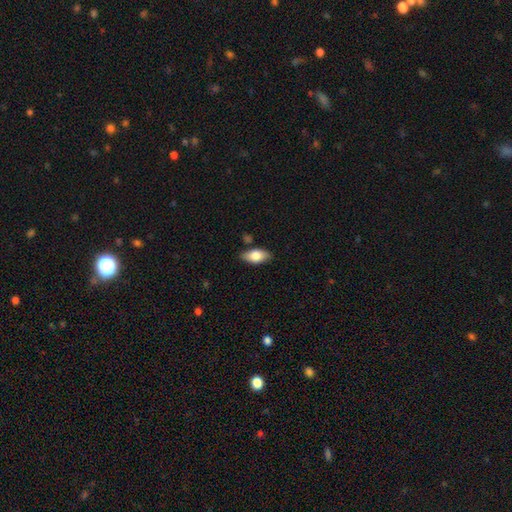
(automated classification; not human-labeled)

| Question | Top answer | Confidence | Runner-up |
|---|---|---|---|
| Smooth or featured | smooth | 77% | featured or disk (16%) |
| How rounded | in between | 90% | cigar-shaped (6%) |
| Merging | none | 79% | minor disturbance (14%) |